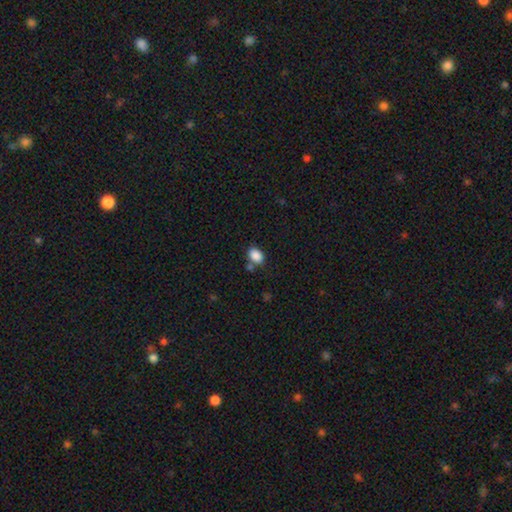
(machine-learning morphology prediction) Q: Smooth or featured?
A: smooth (87%); runner-up: star or artifact (9%)
Q: How rounded?
A: in between (75%); runner-up: round (24%)
Q: Merging?
A: none (71%); runner-up: minor disturbance (14%)